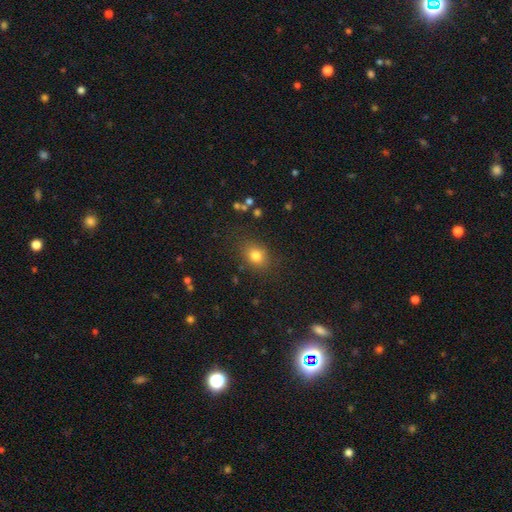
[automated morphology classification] This appears to be a smooth galaxy with no disk features (80%) that is round (52%). Merging: none (81%).